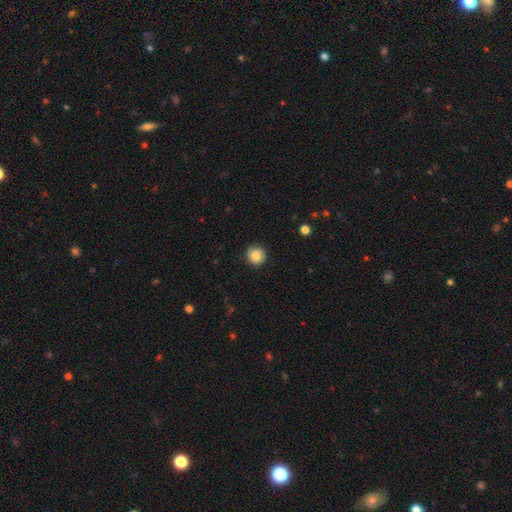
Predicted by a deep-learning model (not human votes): Smooth or featured? smooth (85%)
How rounded? round (93%)
Merging? none (89%)